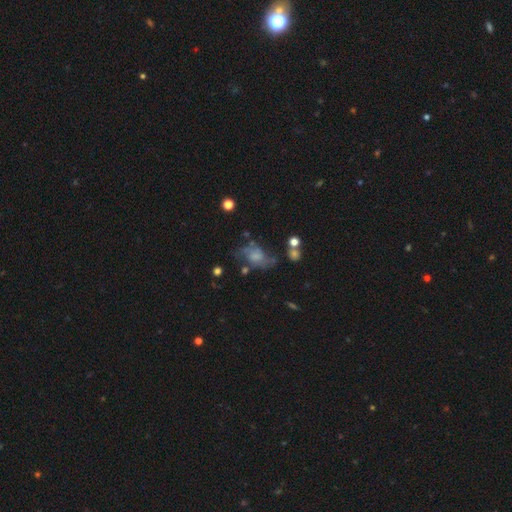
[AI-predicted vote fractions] A featured or disk galaxy (46%).

Vote fractions:
- Smooth or featured? featured or disk: 46% / smooth: 41% / star or artifact: 13%
- Merging? none: 38% / major disturbance: 28% / minor disturbance: 26% / merger: 8%